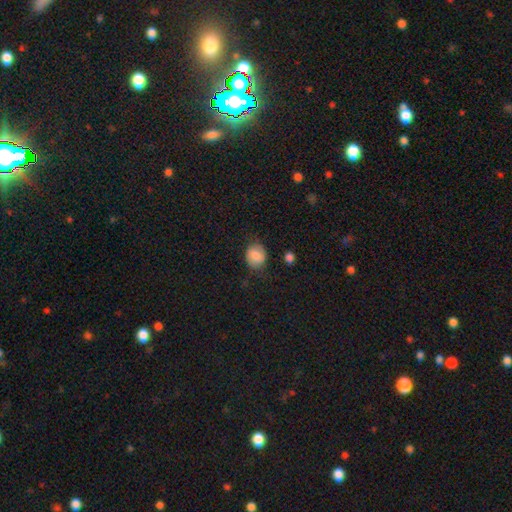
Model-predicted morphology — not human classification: Smooth or featured?
  - smooth: 79% *
  - featured or disk: 12%
  - star or artifact: 8%
How rounded?
  - round: 69% *
  - in between: 30%
  - cigar-shaped: 1%
Merging?
  - none: 75% *
  - minor disturbance: 18%
  - major disturbance: 5%
  - merger: 2%